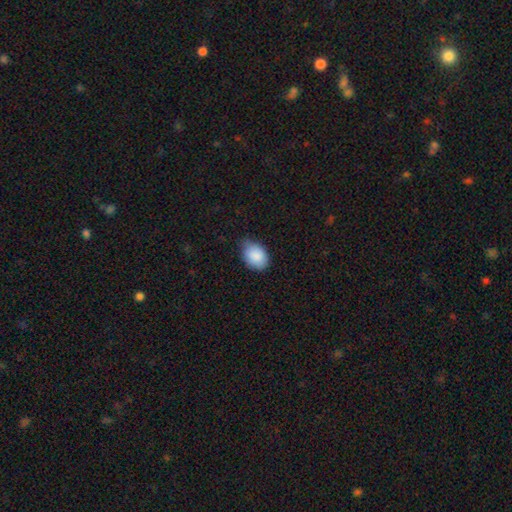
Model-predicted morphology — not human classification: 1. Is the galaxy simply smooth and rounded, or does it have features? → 89% smooth, 7% star or artifact, 4% featured or disk.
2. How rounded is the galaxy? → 81% in between, 18% round, 1% cigar-shaped.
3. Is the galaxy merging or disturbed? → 61% none, 34% minor disturbance, 4% major disturbance, 1% merger.